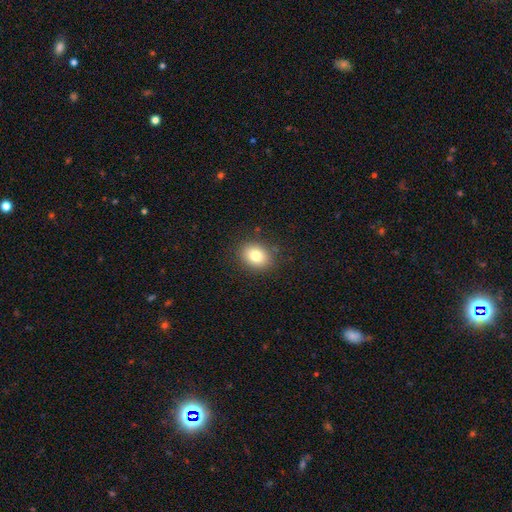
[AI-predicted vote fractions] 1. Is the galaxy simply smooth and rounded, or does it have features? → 80% smooth, 11% star or artifact, 9% featured or disk.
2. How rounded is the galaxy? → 53% round, 46% in between, 1% cigar-shaped.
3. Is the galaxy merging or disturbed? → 87% none, 9% minor disturbance, 3% major disturbance, 1% merger.